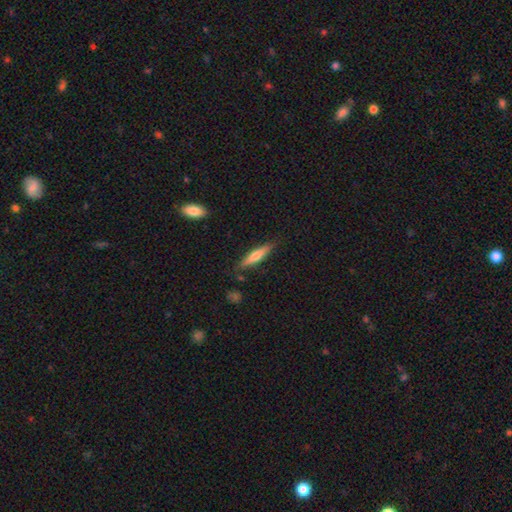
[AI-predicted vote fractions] smooth_or_featured: smooth (p=0.58) [alt: featured or disk p=0.36]
how_rounded: cigar-shaped (p=0.84) [alt: in between p=0.14]
merging: none (p=0.84) [alt: minor disturbance p=0.11]